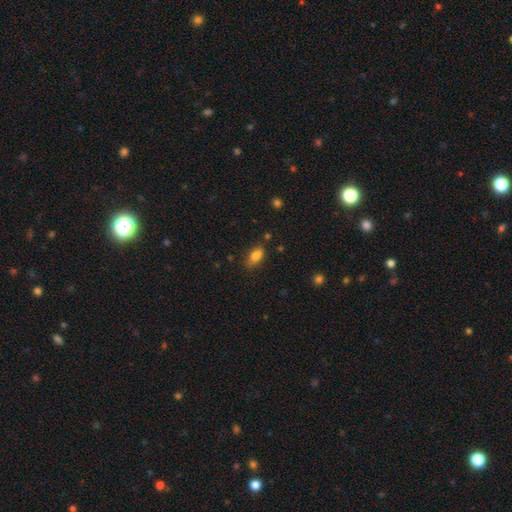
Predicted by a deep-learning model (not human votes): A smooth galaxy with no disk features (80%) that is in between round and cigar-shaped (85%).

Vote fractions:
- Smooth or featured? smooth: 80% / featured or disk: 10% / star or artifact: 10%
- How rounded? in between: 85% / round: 8% / cigar-shaped: 7%
- Merging? none: 66% / minor disturbance: 21% / merger: 8% / major disturbance: 5%